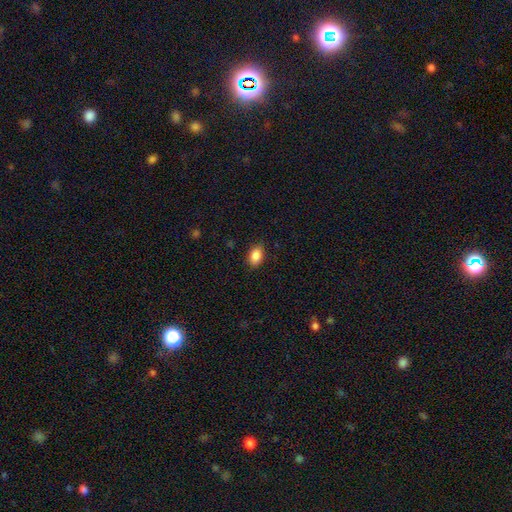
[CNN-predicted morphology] A smooth galaxy with no disk features (87%) that is in between round and cigar-shaped (85%).

Vote fractions:
- Smooth or featured? smooth: 87% / star or artifact: 8% / featured or disk: 4%
- How rounded? in between: 85% / round: 14% / cigar-shaped: 2%
- Merging? none: 85% / minor disturbance: 11% / major disturbance: 3% / merger: 1%